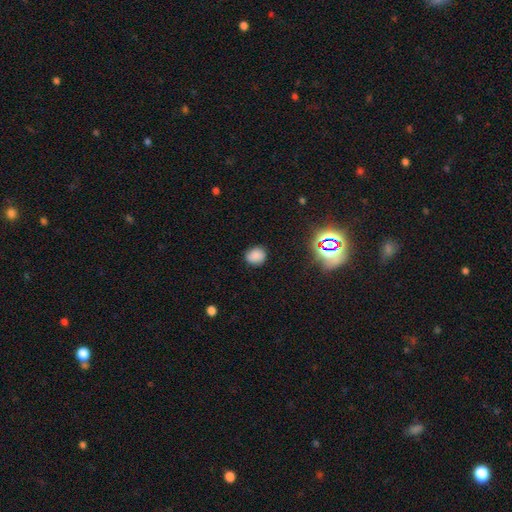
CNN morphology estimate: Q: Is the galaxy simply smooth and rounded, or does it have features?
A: smooth — 80%.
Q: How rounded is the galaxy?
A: round — 64%.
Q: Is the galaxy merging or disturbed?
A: none — 82%.